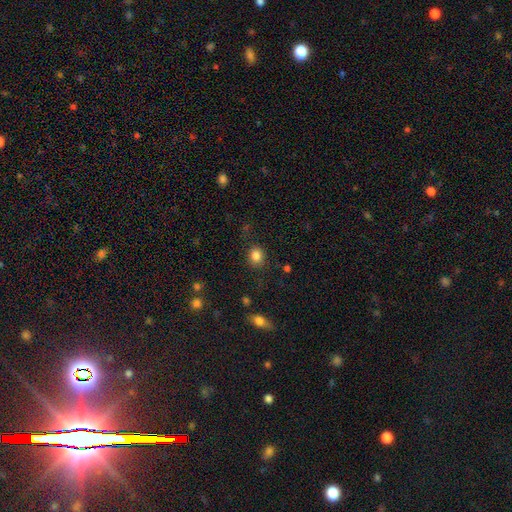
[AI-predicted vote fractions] Smooth or featured: smooth — 84% (star or artifact — 11%)
How rounded: round — 68% (in between — 31%)
Merging: none — 85% (minor disturbance — 10%)